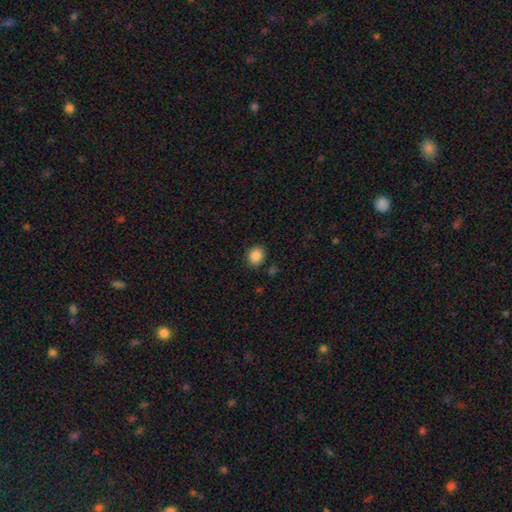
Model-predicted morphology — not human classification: A smooth galaxy with no disk features (87%) that is round (61%). Merging: none (87%).